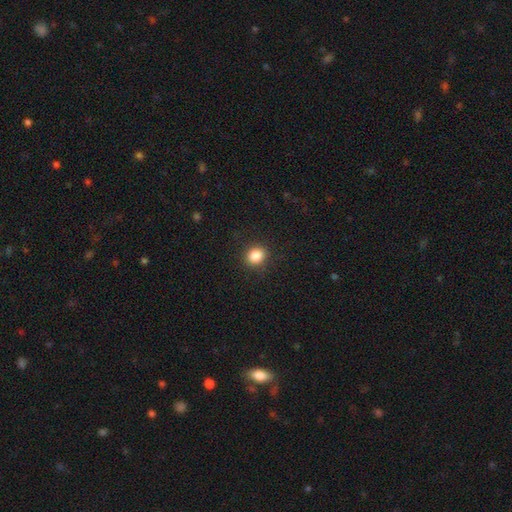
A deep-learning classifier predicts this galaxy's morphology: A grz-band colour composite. It shows a smooth galaxy with no disk features (86%) that is round (68%). Merging: none (89%).